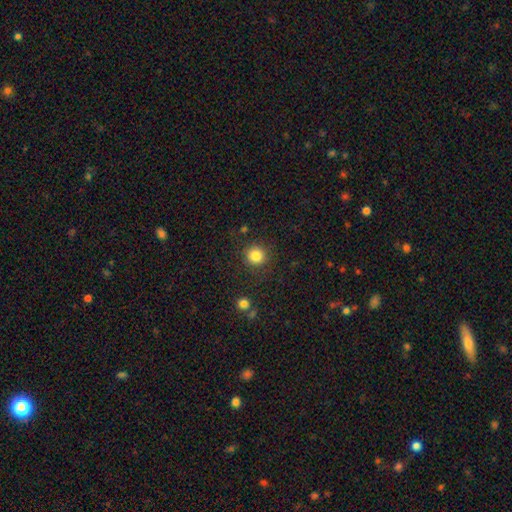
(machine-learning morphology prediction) This is clearly a smooth galaxy (84%). How rounded: clearly round (92%). Merging: clearly none (87%).